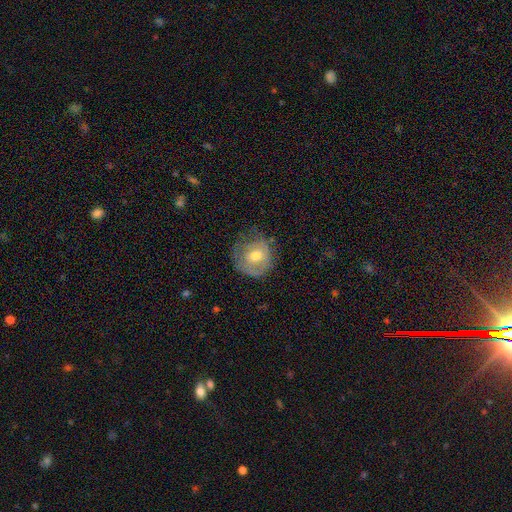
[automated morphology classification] This appears to be a smooth galaxy with no disk features (54%) that is round (83%). Merging: none (58%).